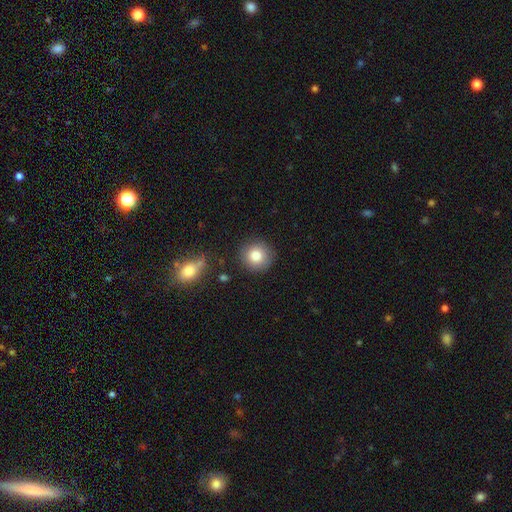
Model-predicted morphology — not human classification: smooth 82%, star or artifact 10%, featured or disk 8%. Down the decision tree: how rounded — round (93%); merging — none (87%).